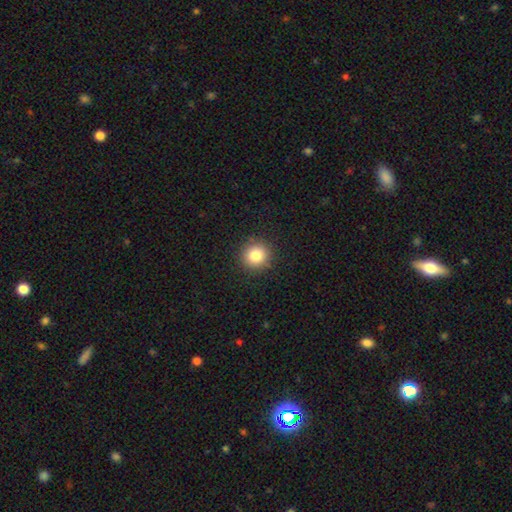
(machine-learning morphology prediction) A smooth galaxy with no disk features (82%) that is round (92%). Merging: none (90%).